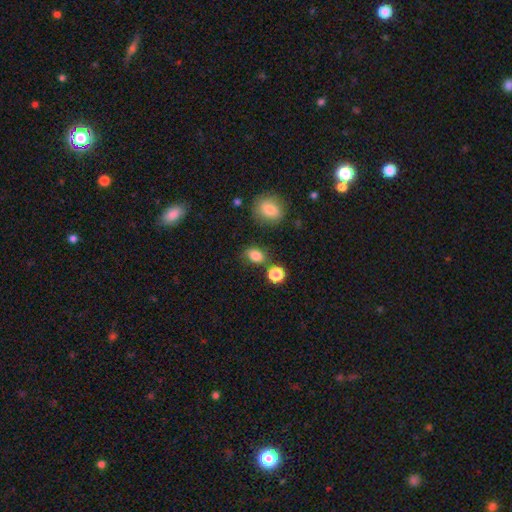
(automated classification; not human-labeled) Smooth or featured: smooth — 83% (star or artifact — 11%)
How rounded: in between — 66% (round — 32%)
Merging: none — 67% (minor disturbance — 18%)